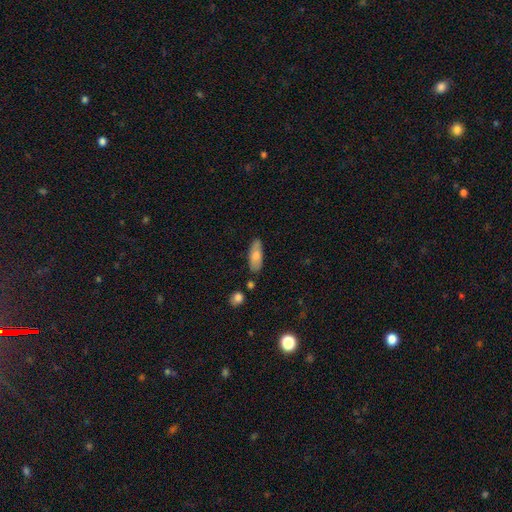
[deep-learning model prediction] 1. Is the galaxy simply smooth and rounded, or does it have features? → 73% smooth, 21% featured or disk, 6% star or artifact.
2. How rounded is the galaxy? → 69% in between, 29% cigar-shaped, 2% round.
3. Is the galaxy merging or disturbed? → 76% none, 16% minor disturbance, 4% merger, 3% major disturbance.